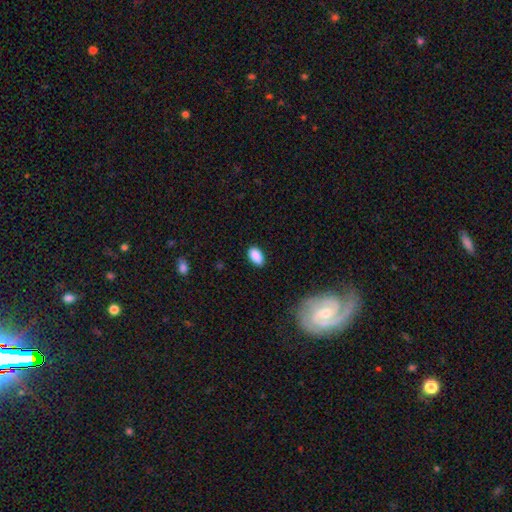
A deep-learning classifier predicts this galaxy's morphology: A smooth galaxy with no disk features (88%) that is in between round and cigar-shaped (93%).

Vote fractions:
- Smooth or featured? smooth: 88% / star or artifact: 8% / featured or disk: 4%
- How rounded? in between: 93% / round: 5% / cigar-shaped: 2%
- Merging? none: 85% / minor disturbance: 11% / major disturbance: 2% / merger: 1%